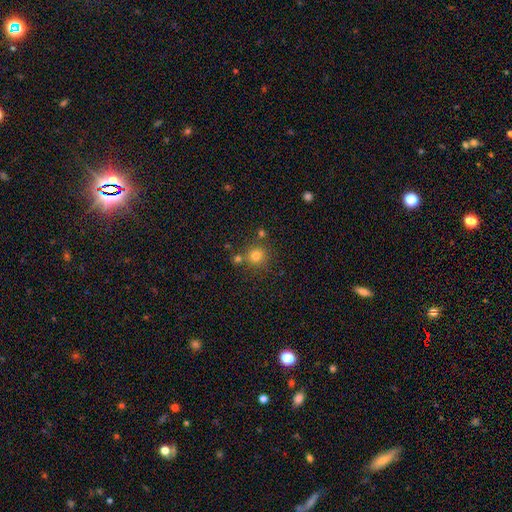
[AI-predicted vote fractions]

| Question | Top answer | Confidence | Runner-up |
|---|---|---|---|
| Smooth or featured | smooth | 79% | star or artifact (15%) |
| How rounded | round | 91% | in between (8%) |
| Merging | none | 73% | merger (15%) |